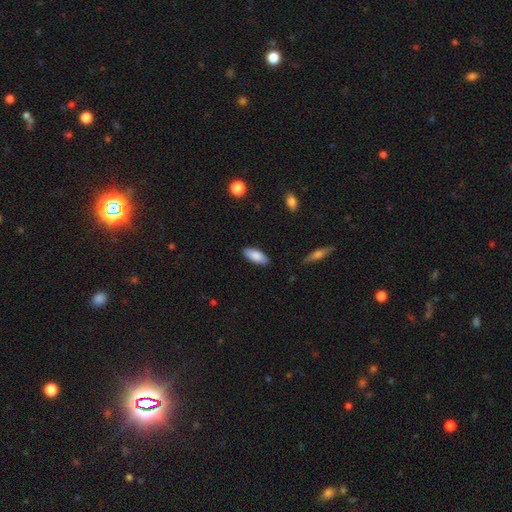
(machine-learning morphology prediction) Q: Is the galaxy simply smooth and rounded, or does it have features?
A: smooth — 86%.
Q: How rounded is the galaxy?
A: in between — 83%.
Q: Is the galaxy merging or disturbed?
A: none — 87%.